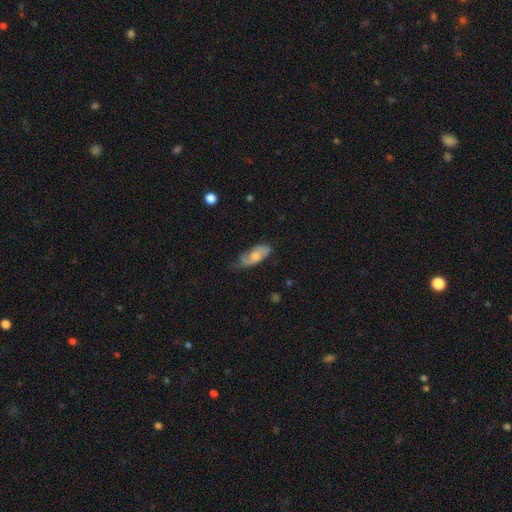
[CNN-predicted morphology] This appears to be a featured or disk galaxy (48%). Merging: none (61%).